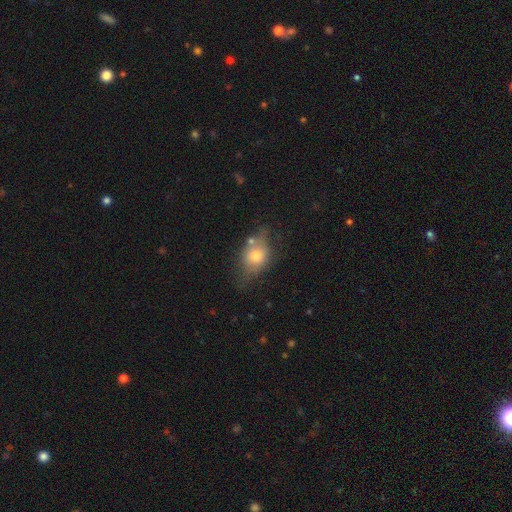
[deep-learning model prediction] Morphology: type=smooth (67%); roundness=in between (60%); merging=none (51%).